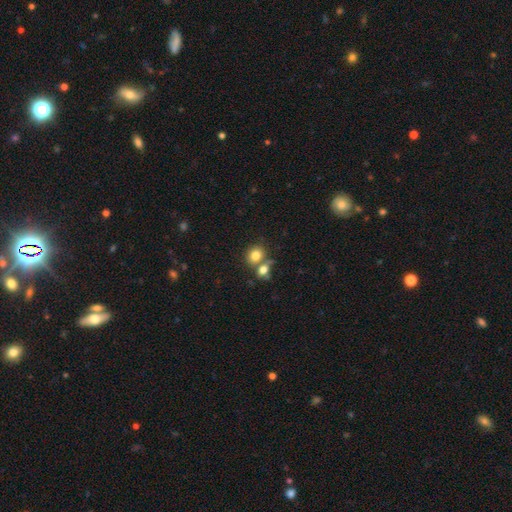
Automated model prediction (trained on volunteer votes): The model was most divided on "merging": none: 50%, merger: 38%, minor disturbance: 9%, major disturbance: 3%. More confident: smooth or featured — smooth (81%); how rounded — round (61%).